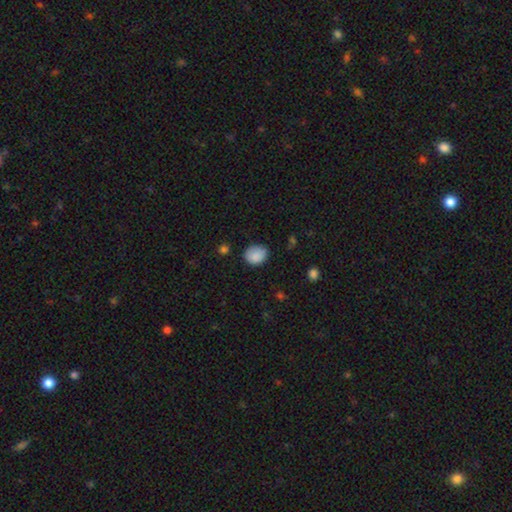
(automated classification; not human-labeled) Overall: smooth (88%). How rounded: round (59%; in between 41%). Merging: none (76%).